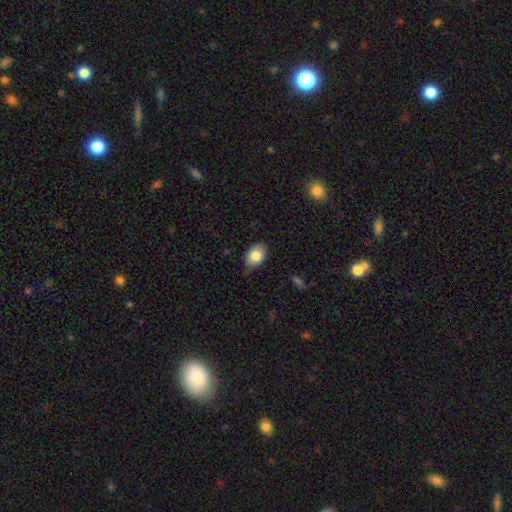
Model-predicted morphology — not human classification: This is clearly a smooth galaxy (82%). How rounded: clearly in between (81%). Merging: likely none (74%).